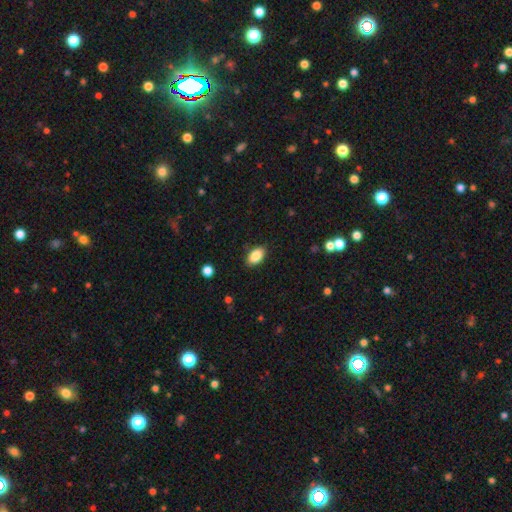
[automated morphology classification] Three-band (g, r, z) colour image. It shows a smooth galaxy with no disk features (88%) that is in between round and cigar-shaped (92%). Merging: none (87%).